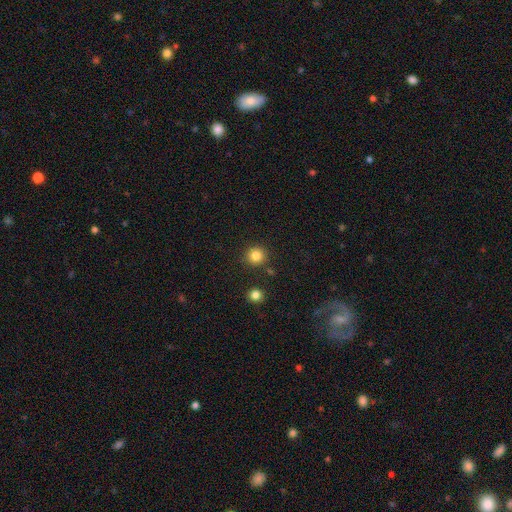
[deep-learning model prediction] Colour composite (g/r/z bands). It shows a smooth galaxy with no disk features (85%) that is round (92%). Merging: none (88%).